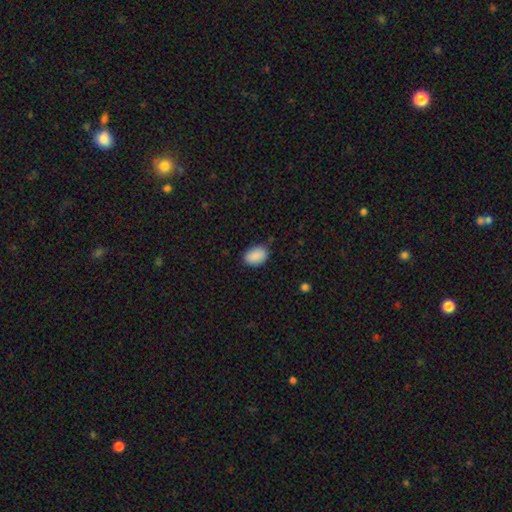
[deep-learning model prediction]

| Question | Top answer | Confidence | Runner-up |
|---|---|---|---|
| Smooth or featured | smooth | 90% | star or artifact (7%) |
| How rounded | in between | 88% | round (10%) |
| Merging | none | 83% | minor disturbance (13%) |